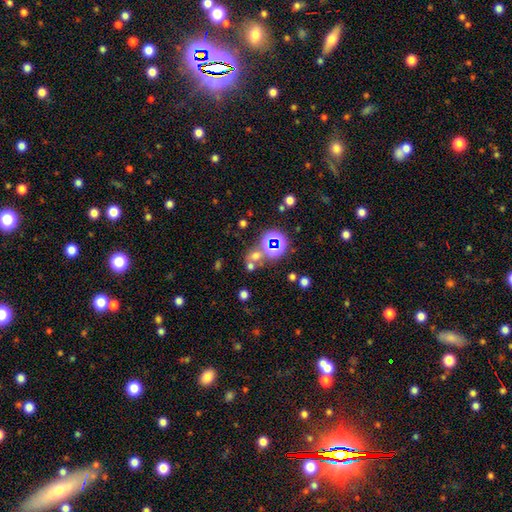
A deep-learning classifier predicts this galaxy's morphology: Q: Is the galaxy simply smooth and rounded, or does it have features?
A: smooth — 45%.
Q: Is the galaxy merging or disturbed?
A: none — 51%.